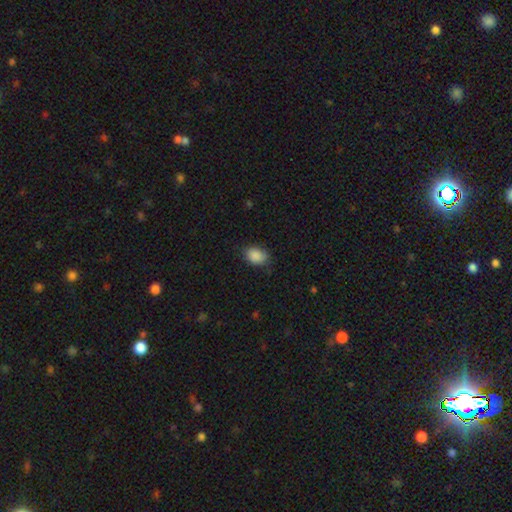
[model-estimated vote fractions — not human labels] Smooth or featured: smooth — 88% (star or artifact — 8%)
How rounded: in between — 75% (round — 24%)
Merging: none — 79% (minor disturbance — 17%)